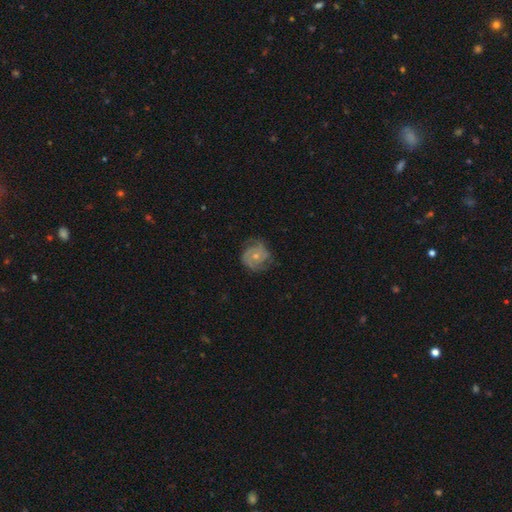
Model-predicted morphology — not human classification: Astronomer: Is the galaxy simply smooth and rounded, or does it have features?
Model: featured or disk — 81%.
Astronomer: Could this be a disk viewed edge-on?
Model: no — 98%.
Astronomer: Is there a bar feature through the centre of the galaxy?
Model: no — 76%.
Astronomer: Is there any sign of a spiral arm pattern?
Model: yes — 95%.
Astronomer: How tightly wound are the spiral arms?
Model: tight — 59% (runner-up: medium, 34%).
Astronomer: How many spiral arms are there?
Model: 2 — 52%.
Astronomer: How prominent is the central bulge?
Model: small — 55% (runner-up: moderate, 41%).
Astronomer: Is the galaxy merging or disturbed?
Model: none — 73%.